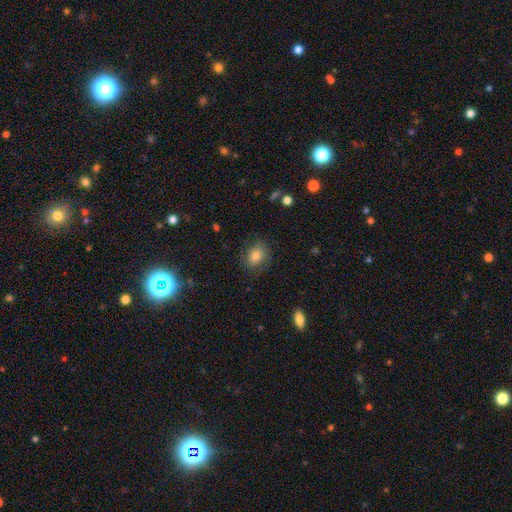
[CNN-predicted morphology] Q: Smooth or featured?
A: smooth (71%); runner-up: featured or disk (19%)
Q: How rounded?
A: round (55%); runner-up: in between (44%)
Q: Merging?
A: none (76%); runner-up: minor disturbance (16%)